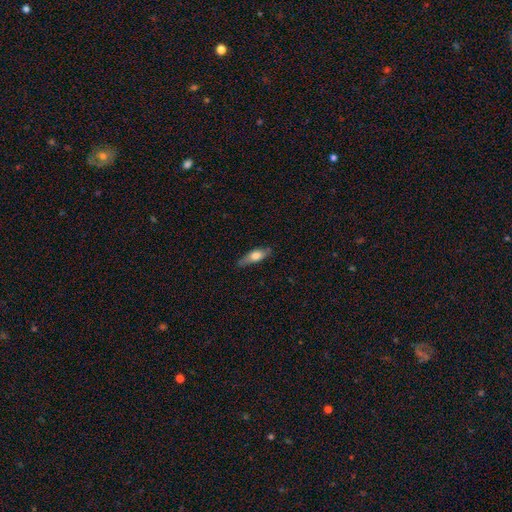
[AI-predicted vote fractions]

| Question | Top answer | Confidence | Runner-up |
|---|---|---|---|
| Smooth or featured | smooth | 63% | featured or disk (31%) |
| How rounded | in between | 55% | cigar-shaped (42%) |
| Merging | none | 77% | minor disturbance (18%) |